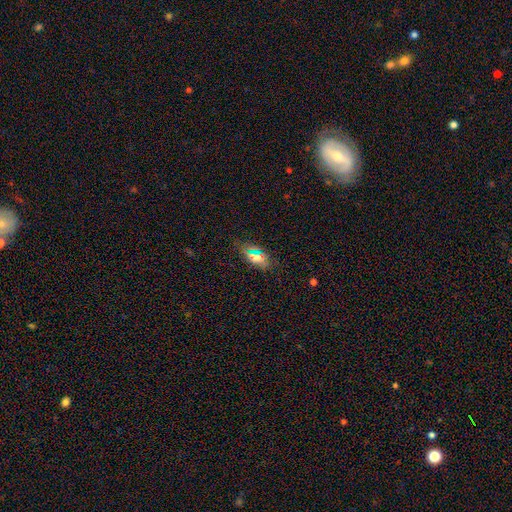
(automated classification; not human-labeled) A smooth galaxy with no disk features (63%) that is in between round and cigar-shaped (85%).

Vote fractions:
- Smooth or featured? smooth: 63% / star or artifact: 20% / featured or disk: 17%
- How rounded? in between: 85% / cigar-shaped: 9% / round: 6%
- Merging? none: 81% / minor disturbance: 13% / major disturbance: 4% / merger: 2%